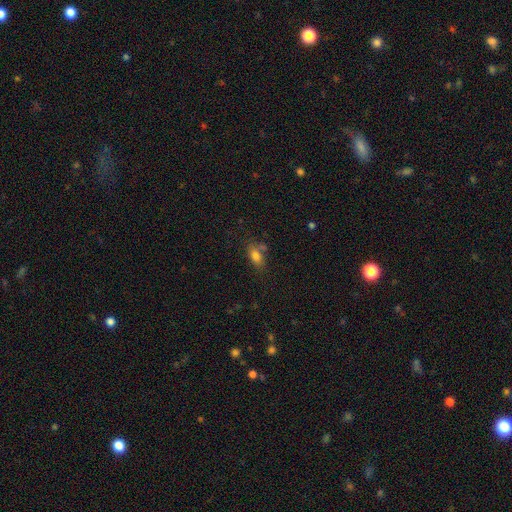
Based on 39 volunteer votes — Smooth or featured?
  - smooth: 85% *
  - star or artifact: 10%
  - featured or disk: 5%
How rounded?
  - in between: 79% *
  - cigar-shaped: 15%
  - round: 6%
Merging?
  - none: 60% *
  - minor disturbance: 20%
  - merger: 17%
  - major disturbance: 3%